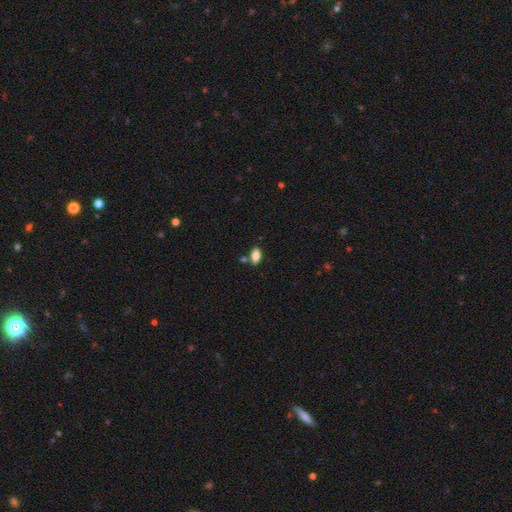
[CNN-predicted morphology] This is clearly a smooth galaxy (82%). How rounded: clearly in between (90%). Merging: likely none (78%).